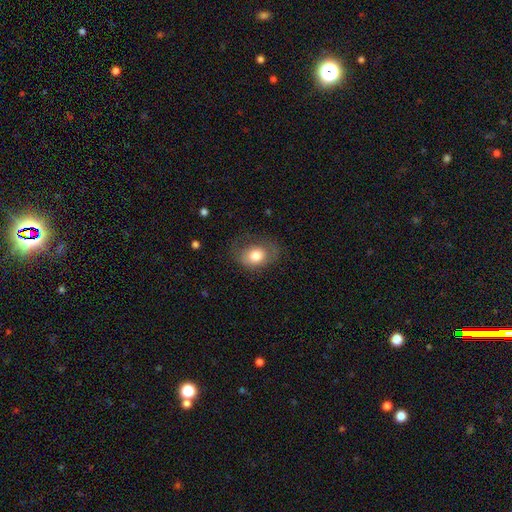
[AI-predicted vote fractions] This appears to be a smooth galaxy with no disk features (72%) that is in between round and cigar-shaped (66%). Merging: none (58%).